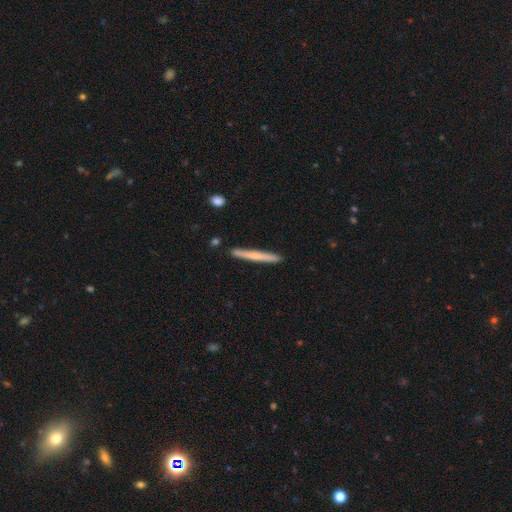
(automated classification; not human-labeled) A smooth galaxy with no disk features (55%) that is cigar-shaped (96%).

Vote fractions:
- Smooth or featured? smooth: 55% / featured or disk: 40% / star or artifact: 5%
- How rounded? cigar-shaped: 96% / in between: 2% / round: 1%
- Merging? none: 89% / minor disturbance: 7% / merger: 2% / major disturbance: 1%